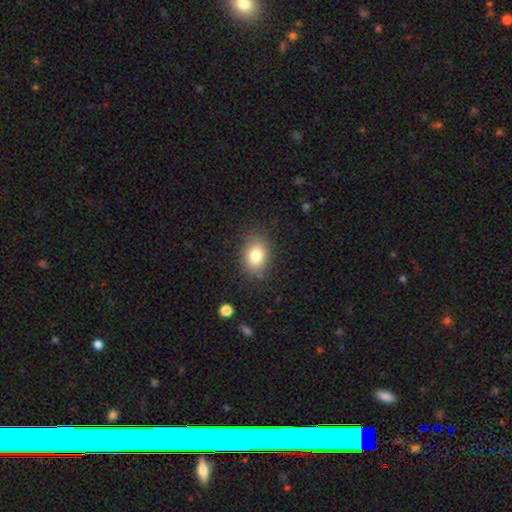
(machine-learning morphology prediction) smooth-or-featured: smooth: 82% | featured or disk: 9% | star or artifact: 9%
  how-rounded: in between: 76% | round: 22% | cigar-shaped: 1%
  merging: none: 82% | minor disturbance: 13% | major disturbance: 4% | merger: 1%